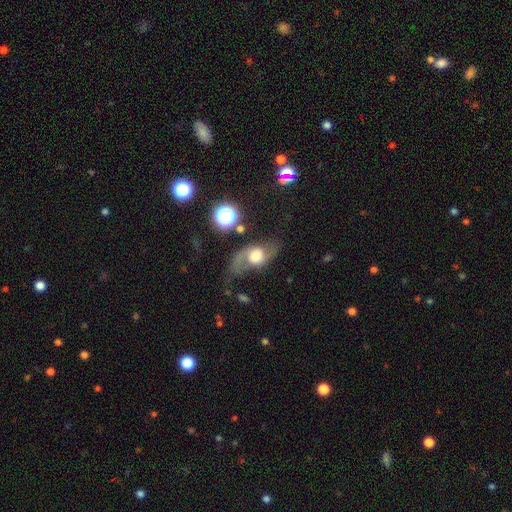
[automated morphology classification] featured or disk 71%, smooth 21%, star or artifact 9%. Down the decision tree: edge-on disk — no (91%); bar — no (57%); spiral arms — yes (90%); spiral arm count — 2 (88%); spiral winding — loose (65%); bulge size — large (43%); merging — none (56%).